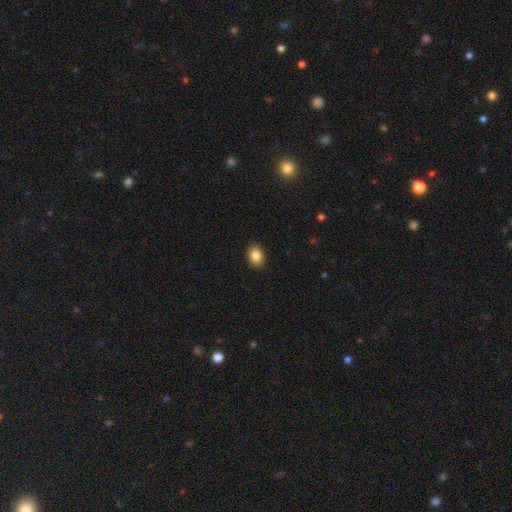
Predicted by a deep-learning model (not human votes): Smooth or featured? smooth (86%)
How rounded? in between (72%)
Merging? none (90%)